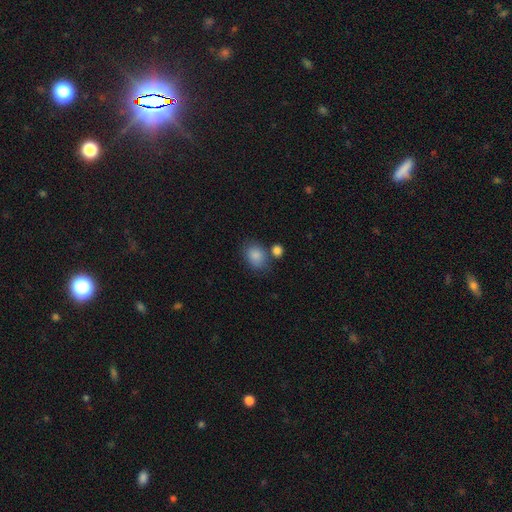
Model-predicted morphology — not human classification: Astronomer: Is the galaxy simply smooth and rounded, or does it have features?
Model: smooth — 85%.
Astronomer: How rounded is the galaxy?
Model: in between — 66%.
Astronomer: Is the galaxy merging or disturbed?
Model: none — 61%.